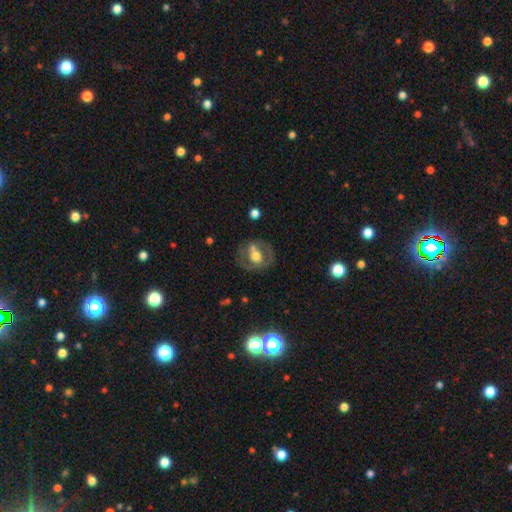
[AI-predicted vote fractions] smooth_or_featured: featured or disk (p=0.54) [alt: smooth p=0.38]
disk_edge_on: no (p=0.94) [alt: yes p=0.06]
bar: no (p=0.66) [alt: weak p=0.23]
has_spiral_arms: no (p=0.77) [alt: yes p=0.23]
bulge_size: moderate (p=0.63) [alt: large p=0.25]
merging: none (p=0.62) [alt: minor disturbance p=0.18]